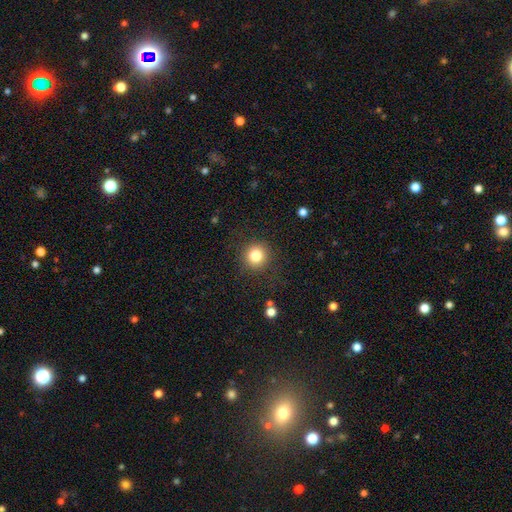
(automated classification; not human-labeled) smooth_or_featured: smooth (p=0.82) [alt: star or artifact p=0.11]
how_rounded: round (p=0.92) [alt: in between p=0.07]
merging: none (p=0.88) [alt: minor disturbance p=0.08]